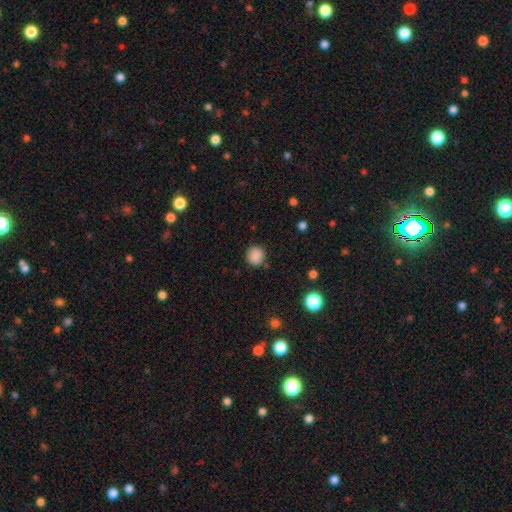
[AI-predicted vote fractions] A smooth galaxy with no disk features (86%) that is round (89%).

Vote fractions:
- Smooth or featured? smooth: 86% / star or artifact: 10% / featured or disk: 4%
- How rounded? round: 89% / in between: 10% / cigar-shaped: 1%
- Merging? none: 82% / minor disturbance: 12% / major disturbance: 3% / merger: 2%